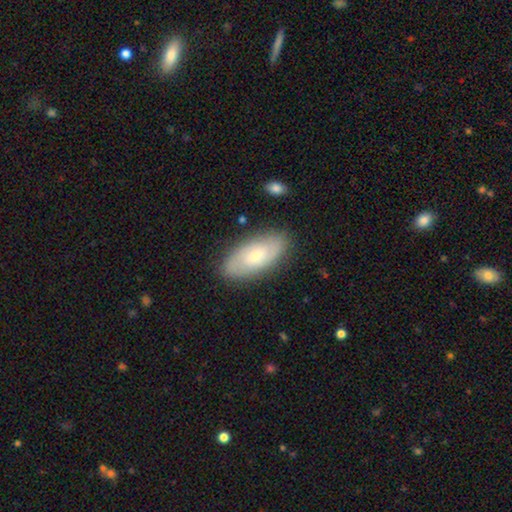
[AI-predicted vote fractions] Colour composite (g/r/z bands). It shows a smooth galaxy with no disk features (49%). Merging: none (83%).